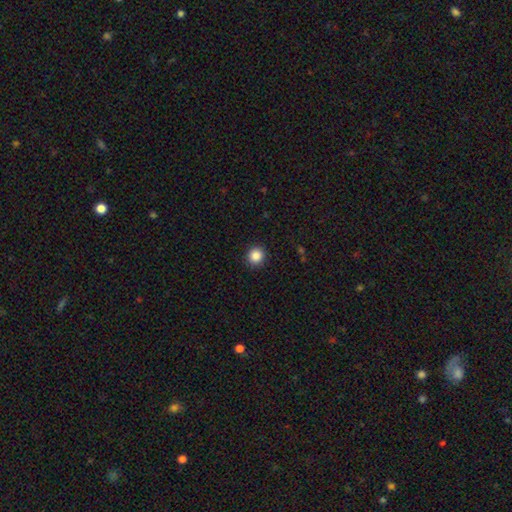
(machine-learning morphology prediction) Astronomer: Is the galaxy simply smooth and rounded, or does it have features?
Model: smooth — 87%.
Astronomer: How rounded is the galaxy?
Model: round — 93%.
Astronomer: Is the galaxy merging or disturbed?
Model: none — 92%.